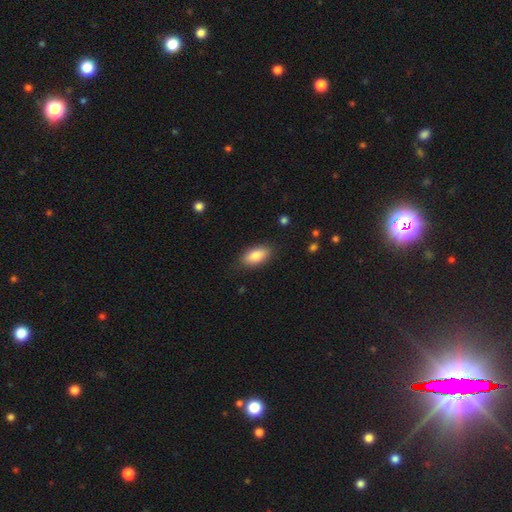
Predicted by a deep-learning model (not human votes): smooth-or-featured: smooth: 84% | featured or disk: 9% | star or artifact: 7%
  how-rounded: in between: 89% | cigar-shaped: 7% | round: 4%
  merging: none: 84% | minor disturbance: 12% | major disturbance: 3% | merger: 1%